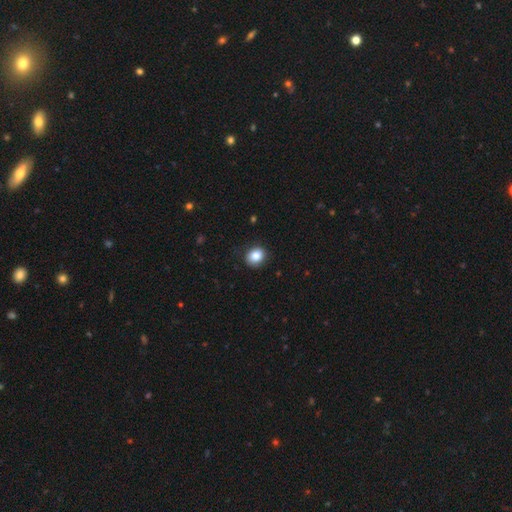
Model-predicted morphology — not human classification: This appears to be a smooth galaxy with no disk features (84%) that is round (69%). Merging: none (87%).